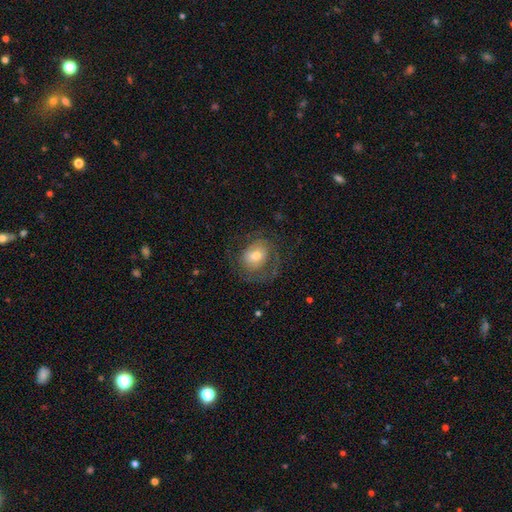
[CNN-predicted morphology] featured or disk 52%, smooth 39%, star or artifact 9%. Down the decision tree: edge-on disk — no (97%); bar — no (62%); spiral arms — yes (73%); bulge size — moderate (57%); merging — none (60%).